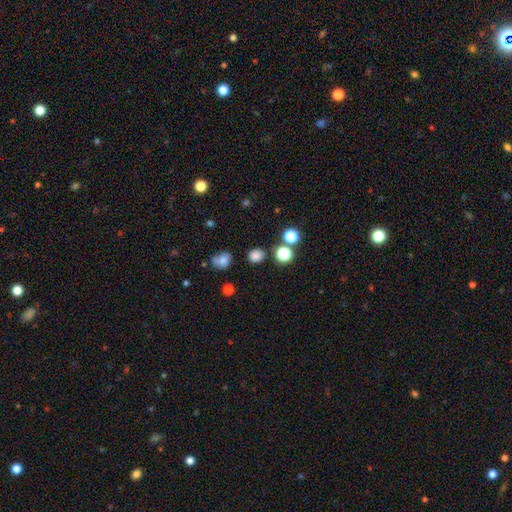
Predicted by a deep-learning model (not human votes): smooth-or-featured: smooth: 78% | star or artifact: 18% | featured or disk: 5%
  how-rounded: round: 78% | in between: 21% | cigar-shaped: 1%
  merging: none: 80% | minor disturbance: 11% | merger: 5% | major disturbance: 4%